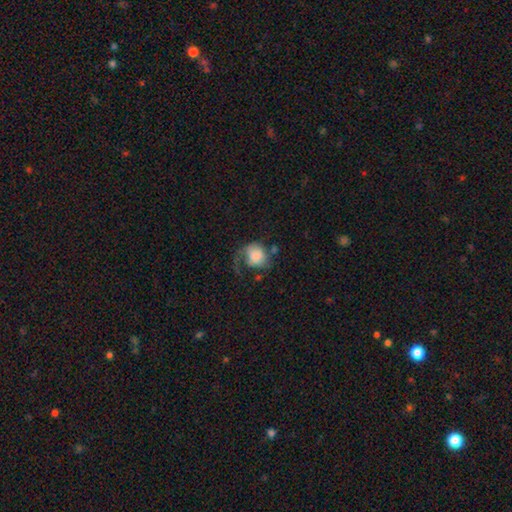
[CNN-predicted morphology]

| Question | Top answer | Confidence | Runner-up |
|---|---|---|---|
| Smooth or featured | smooth | 65% | featured or disk (27%) |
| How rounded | round | 60% | in between (39%) |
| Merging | major disturbance | 44% | none (27%) |